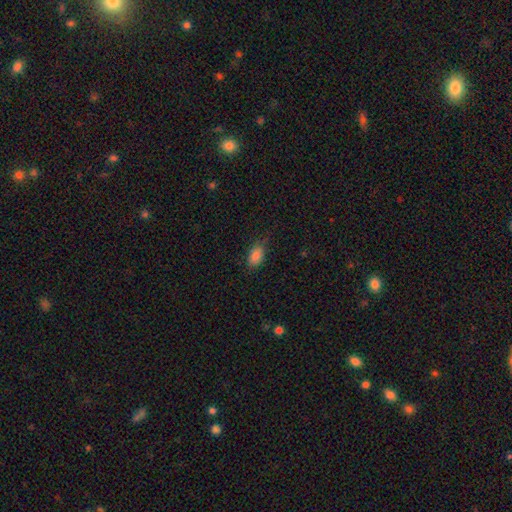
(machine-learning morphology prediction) type=smooth (84%); roundness=in between (89%); merging=none (72%).